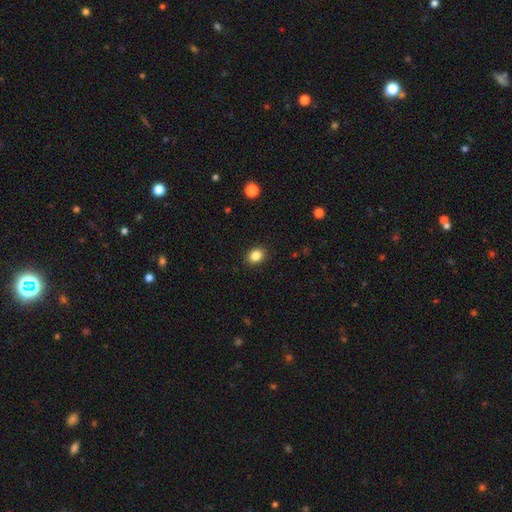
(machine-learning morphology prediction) A smooth galaxy with no disk features (85%) that is in between round and cigar-shaped (56%).

Vote fractions:
- Smooth or featured? smooth: 85% / star or artifact: 10% / featured or disk: 5%
- How rounded? in between: 56% / round: 43% / cigar-shaped: 1%
- Merging? none: 90% / minor disturbance: 7% / major disturbance: 2% / merger: 1%